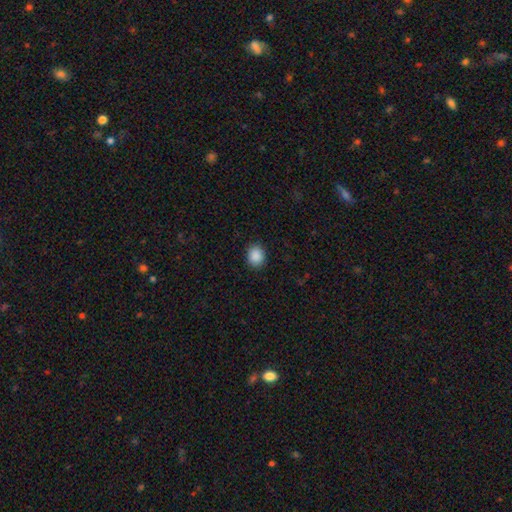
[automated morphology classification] A smooth galaxy with no disk features (89%) that is round (62%).

Vote fractions:
- Smooth or featured? smooth: 89% / star or artifact: 9% / featured or disk: 2%
- How rounded? round: 62% / in between: 37% / cigar-shaped: 1%
- Merging? none: 90% / minor disturbance: 7% / major disturbance: 2% / merger: 1%